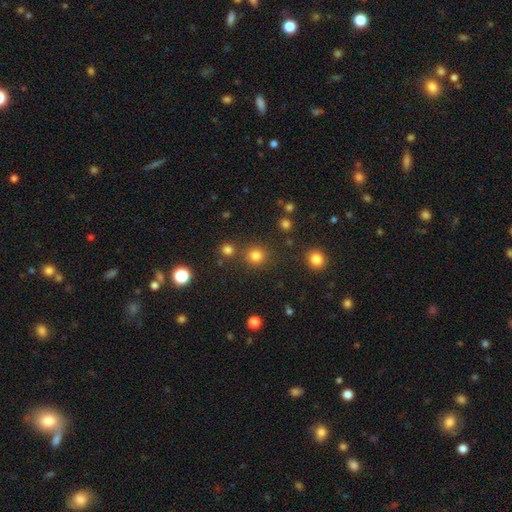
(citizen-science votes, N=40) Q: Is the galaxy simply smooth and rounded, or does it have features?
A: smooth — 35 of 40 (88%).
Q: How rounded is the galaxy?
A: round — 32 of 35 (91%).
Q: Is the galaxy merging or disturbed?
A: none — 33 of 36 (92%).